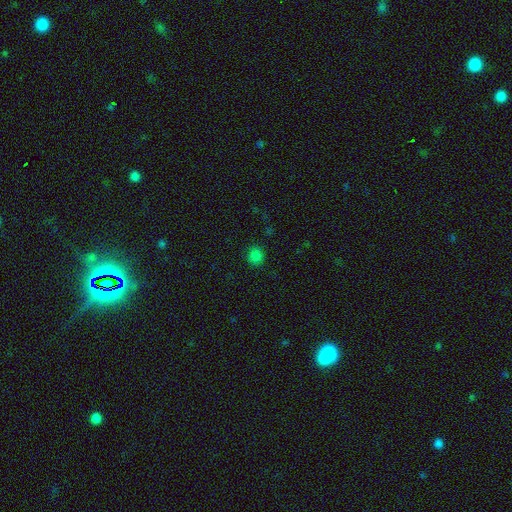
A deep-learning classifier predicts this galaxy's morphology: smooth 81%, star or artifact 15%, featured or disk 3%. Down the decision tree: how rounded — round (84%); merging — none (88%).